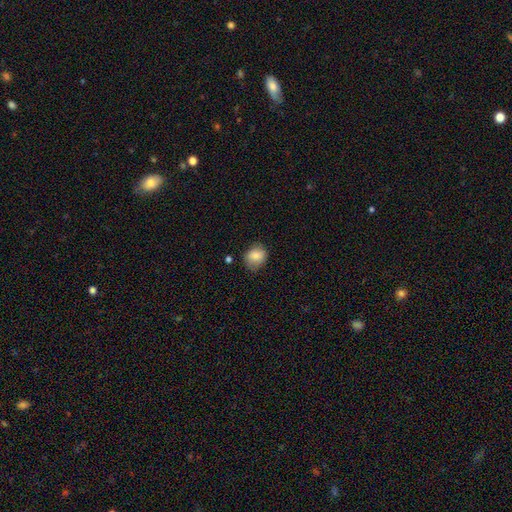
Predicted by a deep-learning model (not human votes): Smooth or featured? smooth (81%)
How rounded? round (60%)
Merging? none (72%)